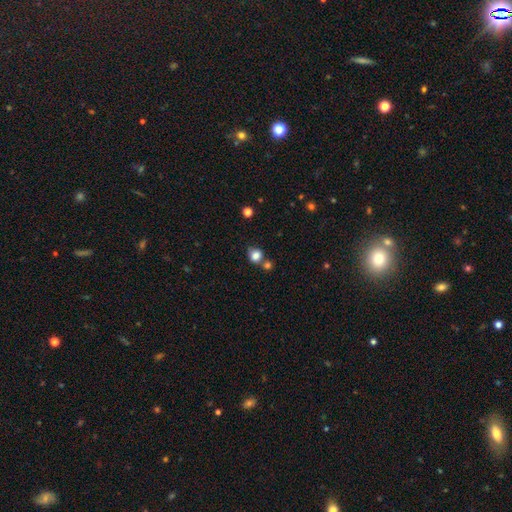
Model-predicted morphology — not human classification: Smooth or featured? Predicted: smooth (p=0.83). How rounded? Predicted: round (p=0.74). Merging? Predicted: none (p=0.56).